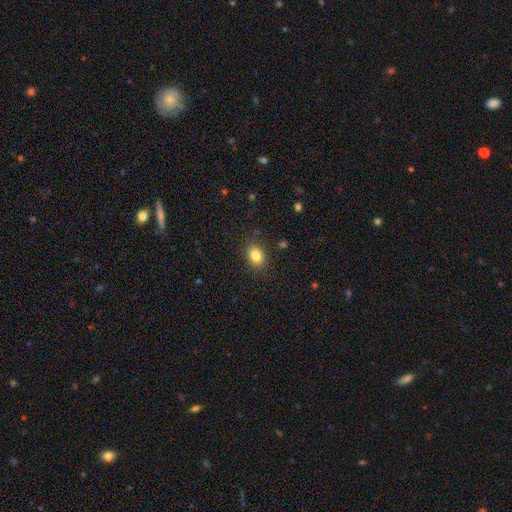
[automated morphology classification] A smooth galaxy with no disk features (84%) that is in between round and cigar-shaped (73%). Merging: none (86%).